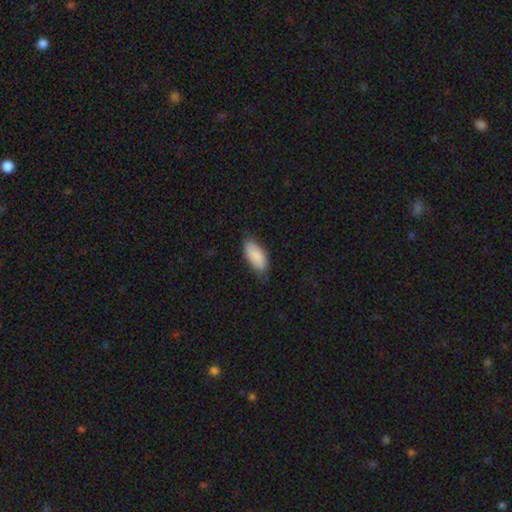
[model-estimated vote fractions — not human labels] Smooth or featured? smooth (88%)
How rounded? in between (90%)
Merging? none (75%)